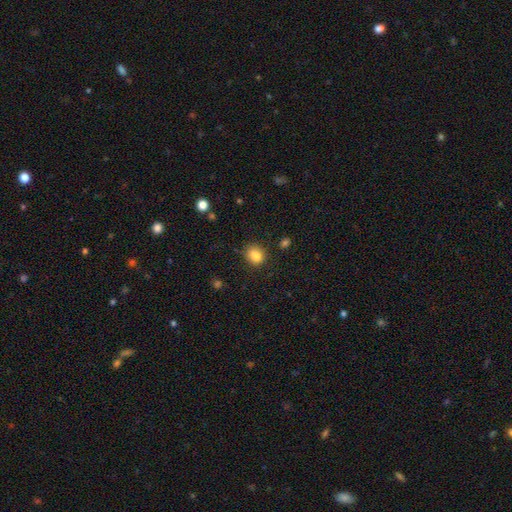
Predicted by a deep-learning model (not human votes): smooth_or_featured: smooth (p=0.85) [alt: star or artifact p=0.10]
how_rounded: round (p=0.53) [alt: in between p=0.46]
merging: none (p=0.76) [alt: minor disturbance p=0.15]